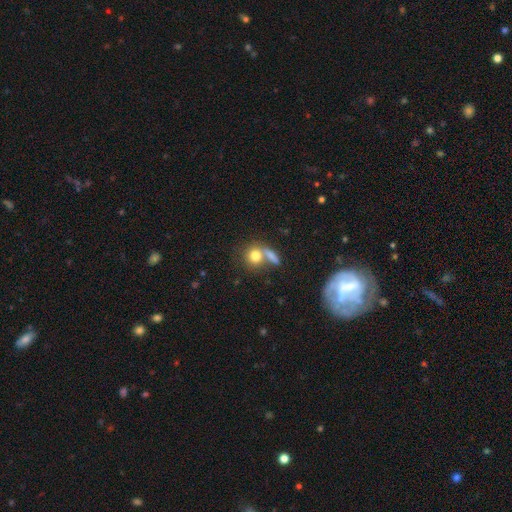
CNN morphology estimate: Overall: smooth (79%). How rounded: round (78%). Merging: none (48%; merger 36%).